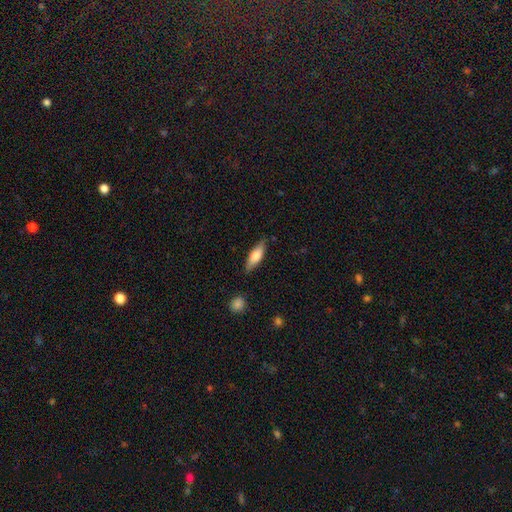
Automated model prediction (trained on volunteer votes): The model was most divided on "how rounded": in between: 56%, cigar-shaped: 42%, round: 2%. More confident: merging — none (80%); smooth or featured — smooth (70%).